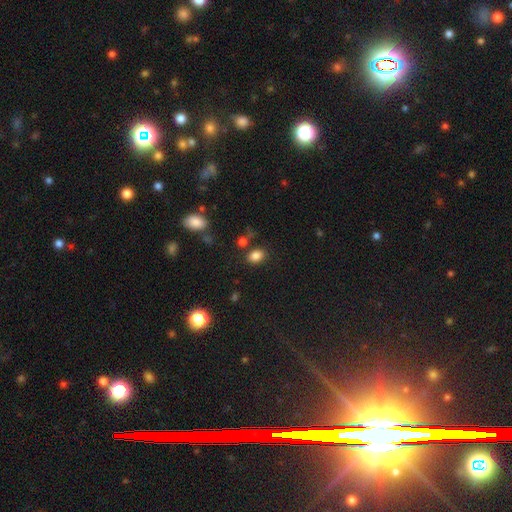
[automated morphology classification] A smooth galaxy with no disk features (84%) that is in between round and cigar-shaped (70%). Merging: none (78%).